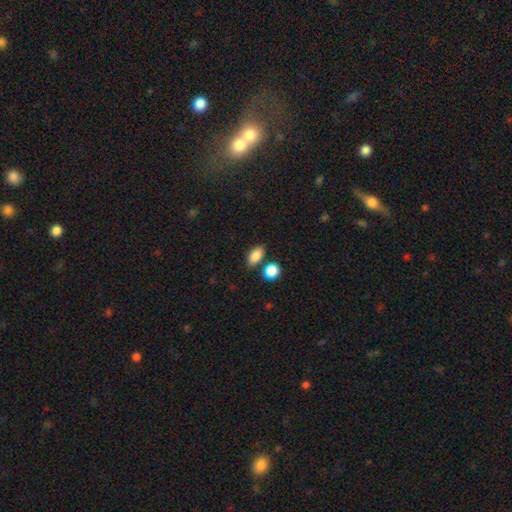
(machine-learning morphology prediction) This is clearly a smooth galaxy (86%). How rounded: clearly in between (87%). Merging: likely none (75%).